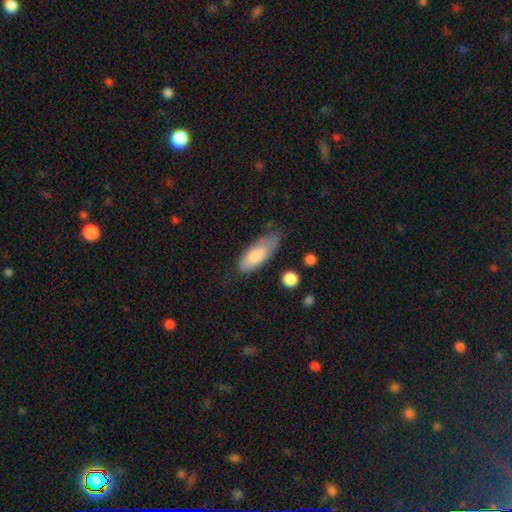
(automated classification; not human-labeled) Smooth or featured?
  - smooth: 80% *
  - featured or disk: 14%
  - star or artifact: 6%
How rounded?
  - in between: 75% *
  - cigar-shaped: 24%
  - round: 2%
Merging?
  - none: 62% *
  - minor disturbance: 29%
  - major disturbance: 7%
  - merger: 2%